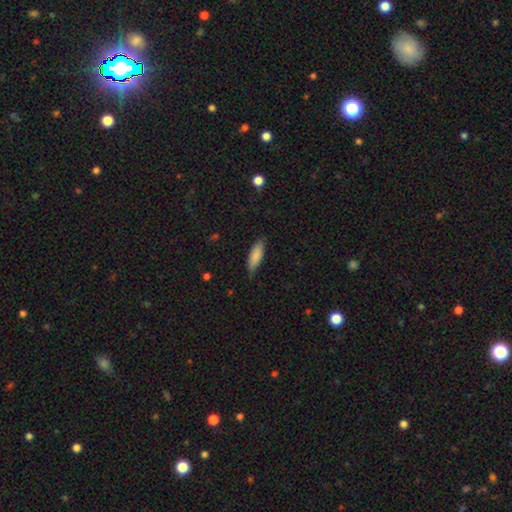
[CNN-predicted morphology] Overall: smooth (86%). How rounded: in between (65%; cigar-shaped 33%). Merging: none (78%).